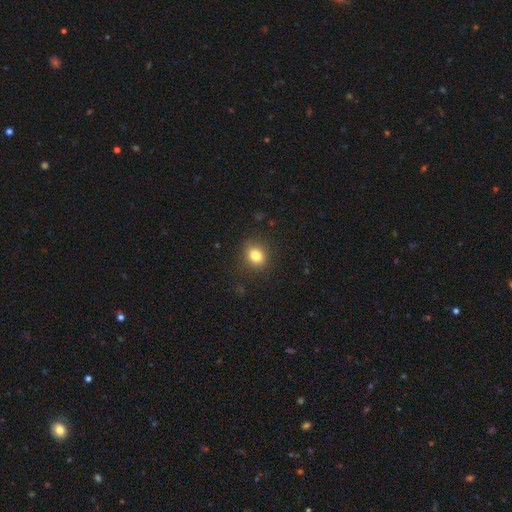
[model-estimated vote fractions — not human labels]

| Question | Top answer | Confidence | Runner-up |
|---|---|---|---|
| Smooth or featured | smooth | 82% | star or artifact (11%) |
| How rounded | round | 60% | in between (39%) |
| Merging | none | 86% | minor disturbance (10%) |